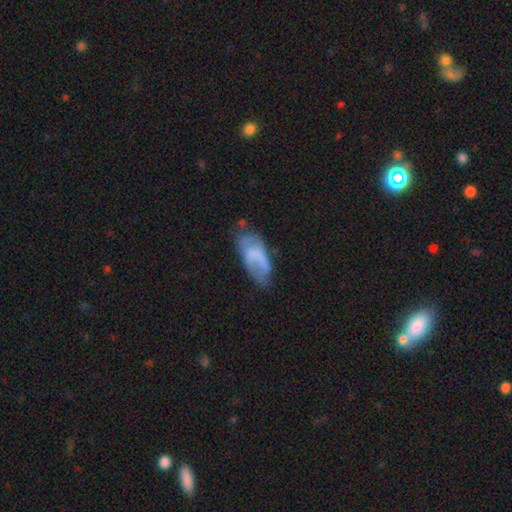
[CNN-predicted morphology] A smooth galaxy with no disk features (50%) that is in between round and cigar-shaped (89%). Merging: none (40%).